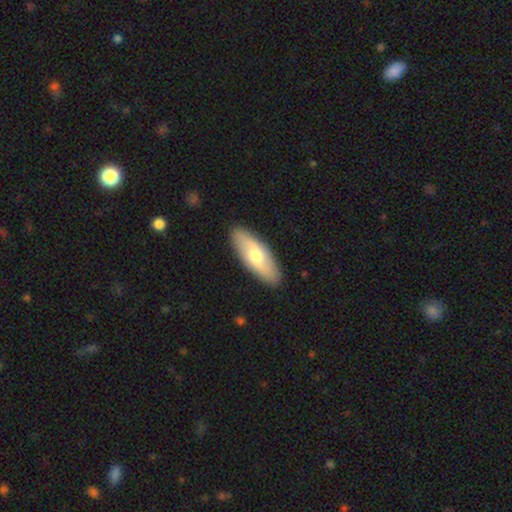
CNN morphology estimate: This appears to be a smooth galaxy with no disk features (59%) that is in between round and cigar-shaped (68%). Merging: none (90%).